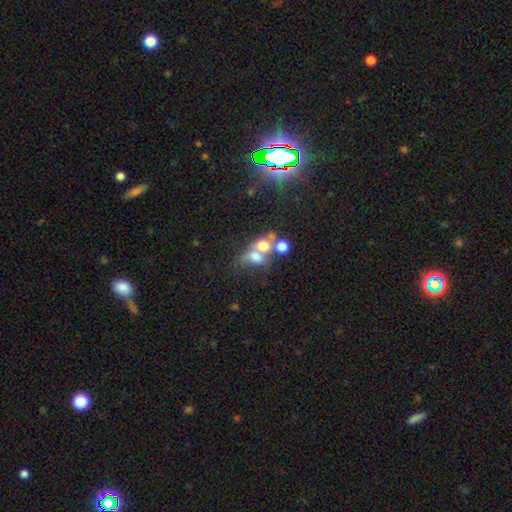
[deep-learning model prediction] A smooth galaxy with no disk features (63%) that is round (54%).

Vote fractions:
- Smooth or featured? smooth: 63% / featured or disk: 21% / star or artifact: 16%
- How rounded? round: 54% / in between: 44% / cigar-shaped: 2%
- Merging? merger: 60% / none: 23% / major disturbance: 8% / minor disturbance: 8%